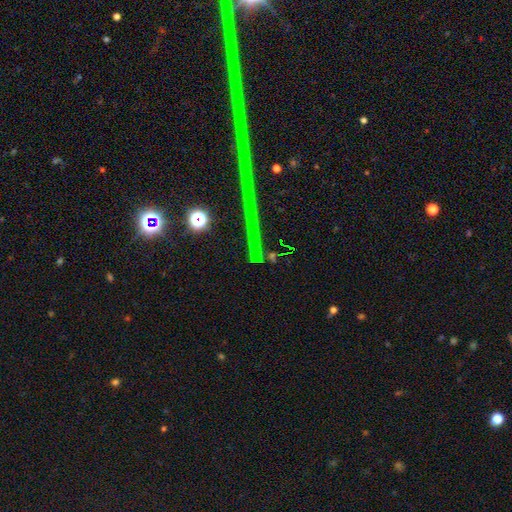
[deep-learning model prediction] smooth-or-featured: star or artifact: 72% | featured or disk: 14% | smooth: 14%